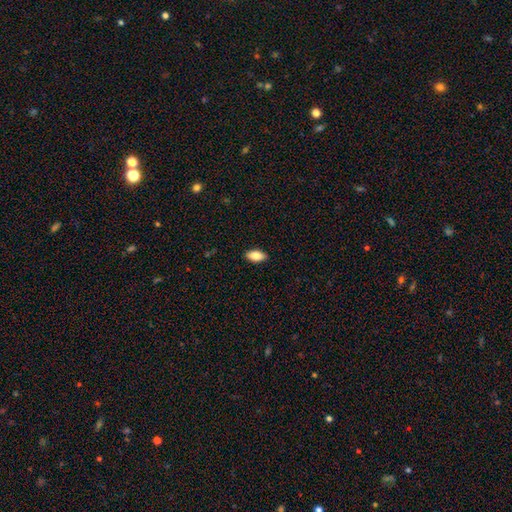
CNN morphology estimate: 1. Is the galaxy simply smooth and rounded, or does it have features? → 82% smooth, 11% featured or disk, 7% star or artifact.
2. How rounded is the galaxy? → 91% in between, 6% cigar-shaped, 3% round.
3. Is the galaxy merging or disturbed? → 89% none, 8% minor disturbance, 2% major disturbance, 1% merger.